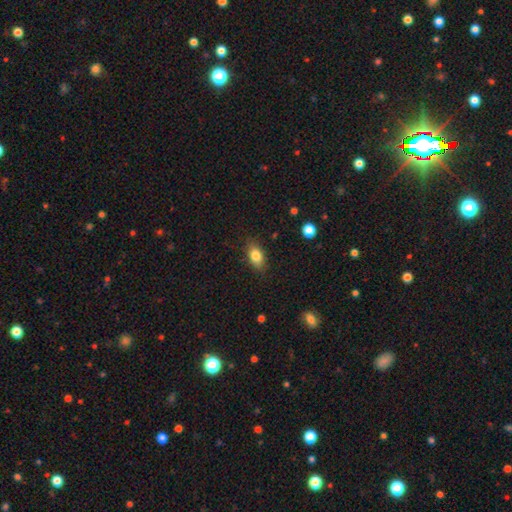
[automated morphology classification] Smooth or featured?
  - smooth: 82% *
  - featured or disk: 10%
  - star or artifact: 8%
How rounded?
  - in between: 86% *
  - round: 9%
  - cigar-shaped: 5%
Merging?
  - none: 84% *
  - minor disturbance: 13%
  - major disturbance: 3%
  - merger: 1%